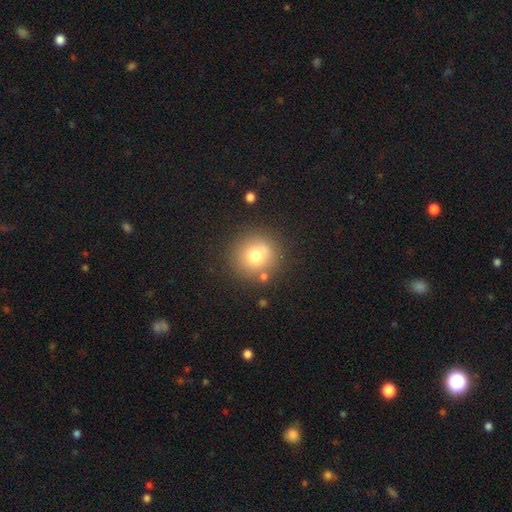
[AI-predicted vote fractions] Smooth or featured? smooth (73%)
How rounded? round (94%)
Merging? none (79%)